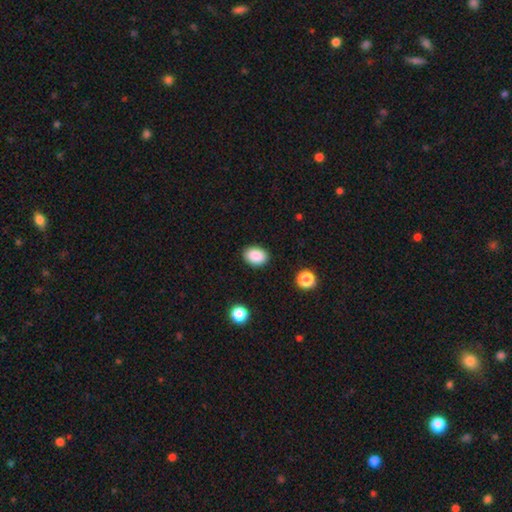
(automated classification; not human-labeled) This appears to be a smooth galaxy with no disk features (88%) that is in between round and cigar-shaped (75%). Merging: none (88%).